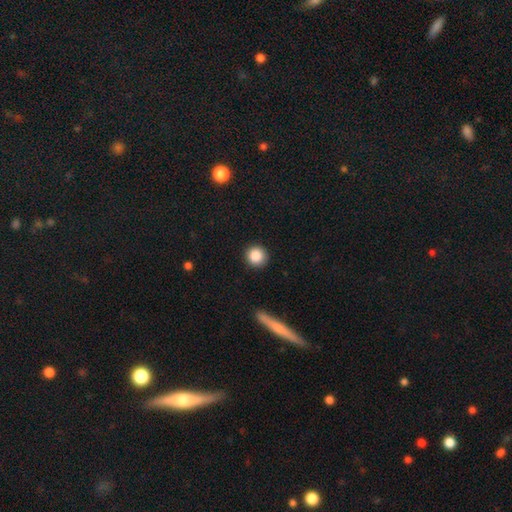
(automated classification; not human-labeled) This appears to be a smooth galaxy with no disk features (87%) that is round (93%). Merging: none (89%).